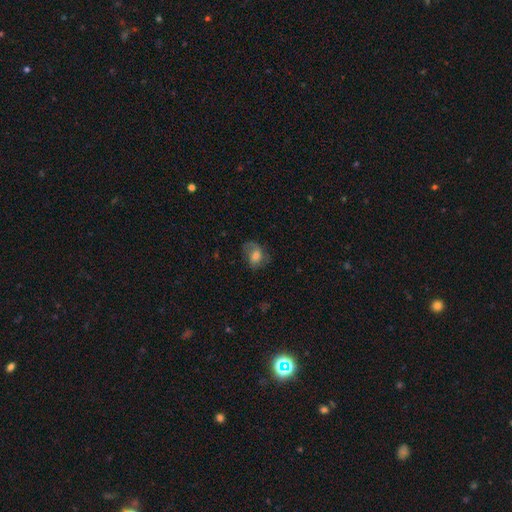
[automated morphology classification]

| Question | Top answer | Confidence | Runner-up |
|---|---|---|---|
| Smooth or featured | smooth | 53% | featured or disk (37%) |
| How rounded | in between | 62% | round (37%) |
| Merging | none | 55% | minor disturbance (25%) |